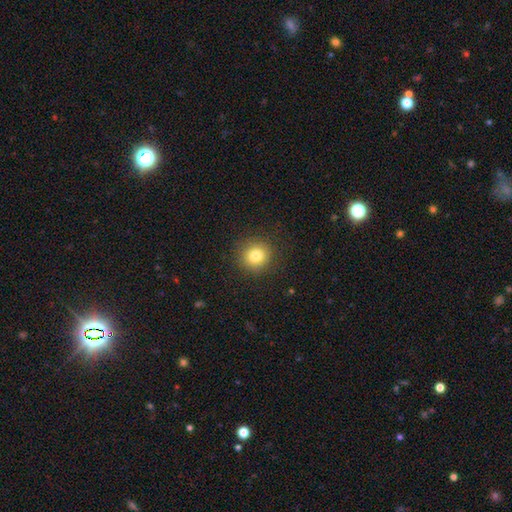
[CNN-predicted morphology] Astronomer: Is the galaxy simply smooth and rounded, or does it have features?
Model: smooth — 81%.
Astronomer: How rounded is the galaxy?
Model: round — 91%.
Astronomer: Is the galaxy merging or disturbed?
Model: none — 90%.